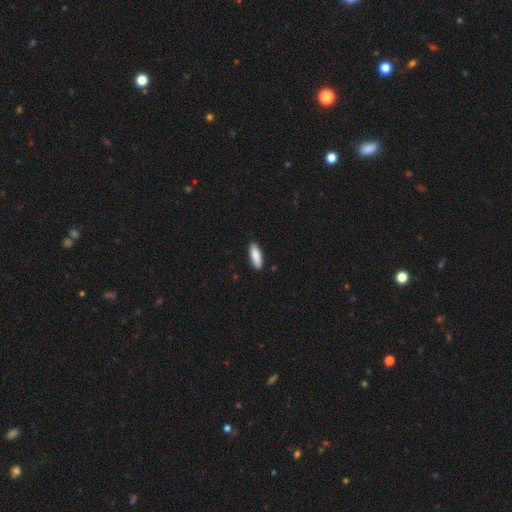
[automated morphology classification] Smooth or featured? Predicted: smooth (p=0.88). How rounded? Predicted: in between (p=0.60). Merging? Predicted: none (p=0.89).